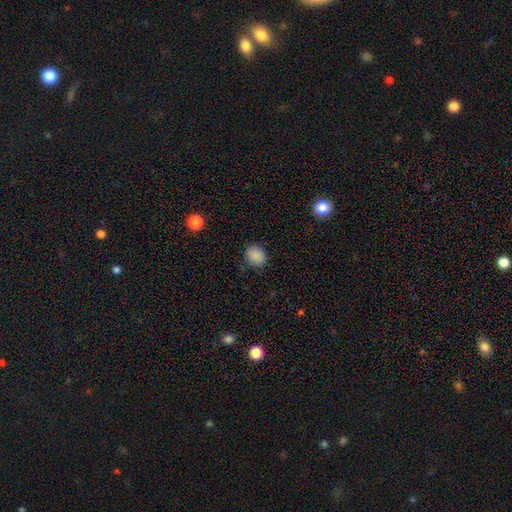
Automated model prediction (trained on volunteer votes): Morphology: type=smooth (87%); roundness=round (63%); merging=none (84%).